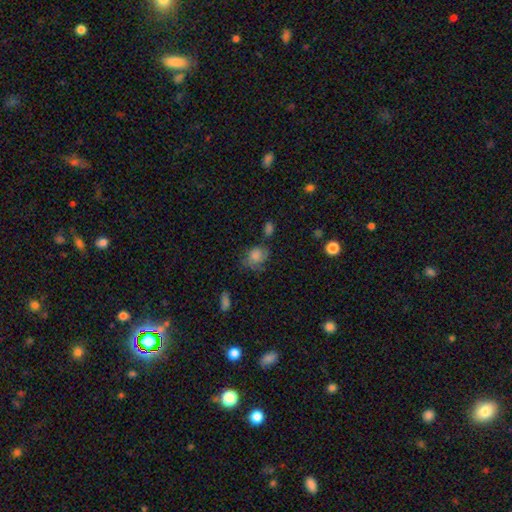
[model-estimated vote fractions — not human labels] smooth_or_featured: smooth (p=0.69) [alt: featured or disk p=0.18]
how_rounded: round (p=0.50) [alt: in between p=0.49]
merging: none (p=0.50) [alt: minor disturbance p=0.28]